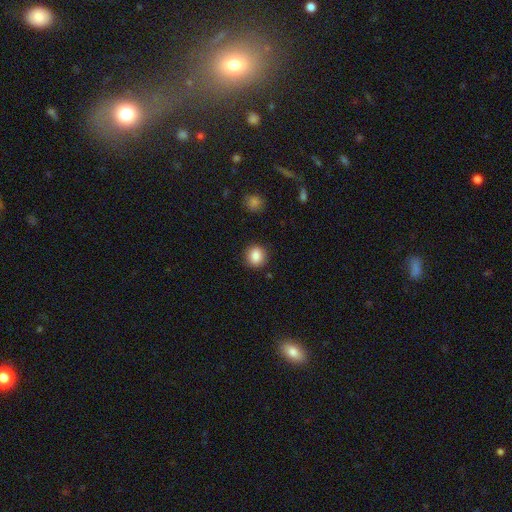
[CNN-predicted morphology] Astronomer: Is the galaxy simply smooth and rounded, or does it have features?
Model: smooth — 86%.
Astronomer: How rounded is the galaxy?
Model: round — 85%.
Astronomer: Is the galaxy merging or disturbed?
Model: none — 90%.